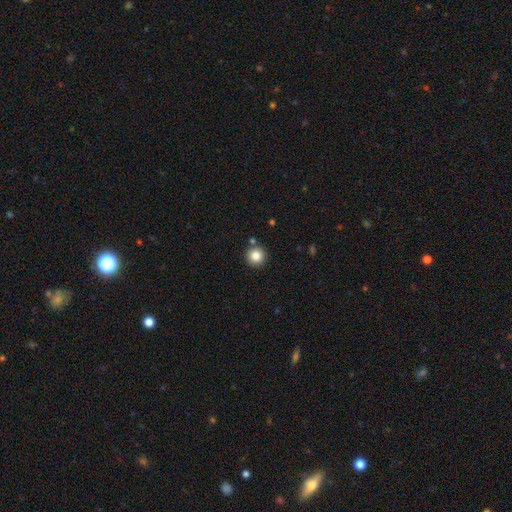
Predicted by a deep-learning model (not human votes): Morphology: type=smooth (84%); roundness=round (96%); merging=none (86%).